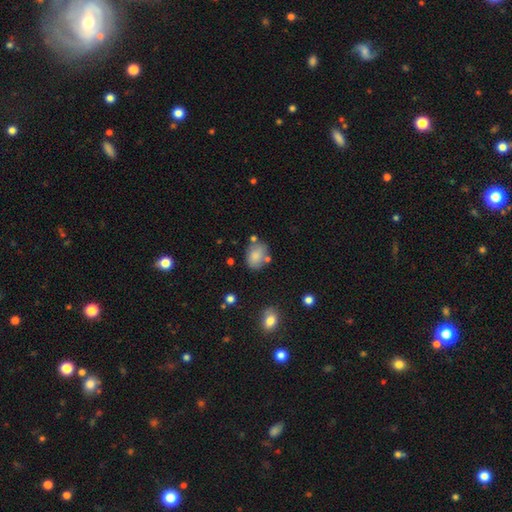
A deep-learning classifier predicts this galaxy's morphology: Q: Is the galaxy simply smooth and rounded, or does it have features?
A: smooth — 81%.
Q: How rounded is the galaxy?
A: in between — 71%.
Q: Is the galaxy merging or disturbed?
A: none — 66%.